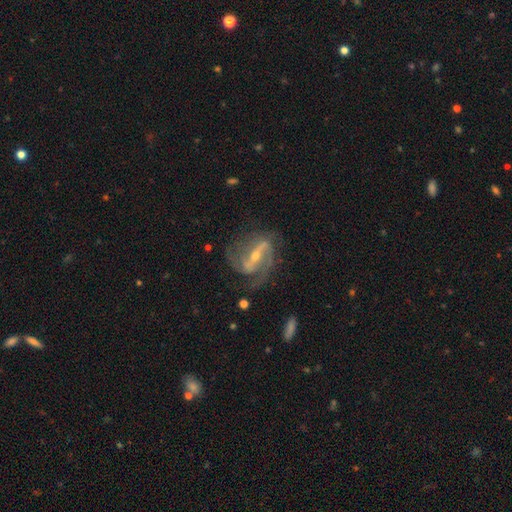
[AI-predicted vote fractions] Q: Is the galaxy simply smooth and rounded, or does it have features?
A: featured or disk — 89%.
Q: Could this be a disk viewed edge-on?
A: no — 95%.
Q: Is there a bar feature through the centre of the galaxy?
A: strong — 63%.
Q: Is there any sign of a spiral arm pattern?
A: yes — 96%.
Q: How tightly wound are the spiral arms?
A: medium — 49%.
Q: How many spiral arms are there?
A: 2 — 73%.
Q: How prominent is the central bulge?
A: small — 56%.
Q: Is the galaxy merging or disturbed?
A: none — 66%.